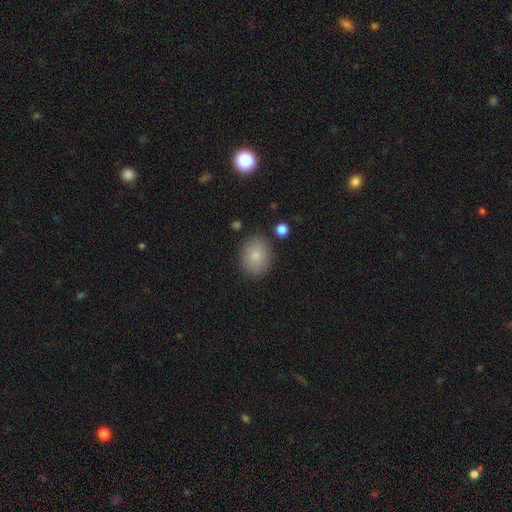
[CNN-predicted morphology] smooth_or_featured: smooth (p=0.83) [alt: star or artifact p=0.09]
how_rounded: in between (p=0.51) [alt: round p=0.48]
merging: none (p=0.85) [alt: minor disturbance p=0.10]